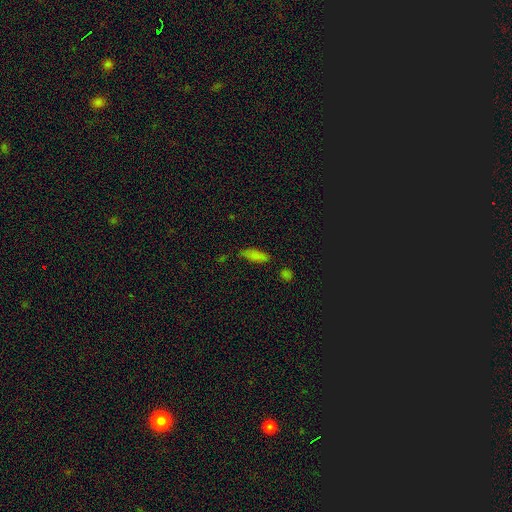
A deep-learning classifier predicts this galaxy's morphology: type=smooth (81%); roundness=in between (62%); merging=none (72%).